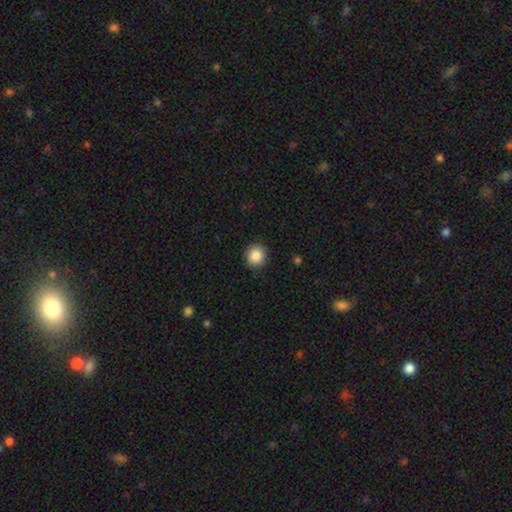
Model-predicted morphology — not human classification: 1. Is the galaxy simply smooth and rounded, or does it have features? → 86% smooth, 9% star or artifact, 4% featured or disk.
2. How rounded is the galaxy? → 90% round, 9% in between, 1% cigar-shaped.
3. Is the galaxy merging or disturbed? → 90% none, 7% minor disturbance, 2% major disturbance, 1% merger.